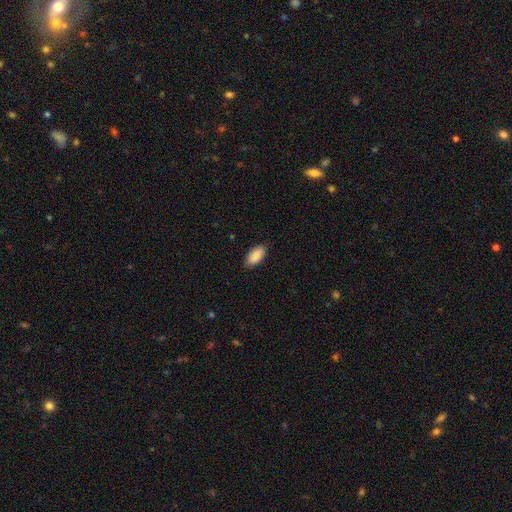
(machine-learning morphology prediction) This appears to be a smooth galaxy with no disk features (90%) that is in between round and cigar-shaped (94%). Merging: none (88%).